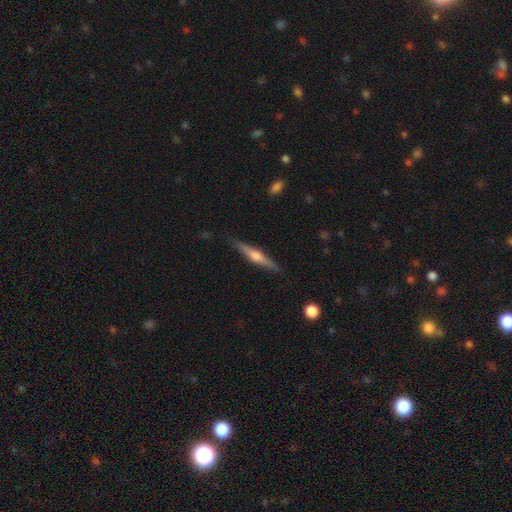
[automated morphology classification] This appears to be a featured or disk galaxy (63%) viewed edge-on (97%) with a rounded central bulge (86%). Merging: none (87%).